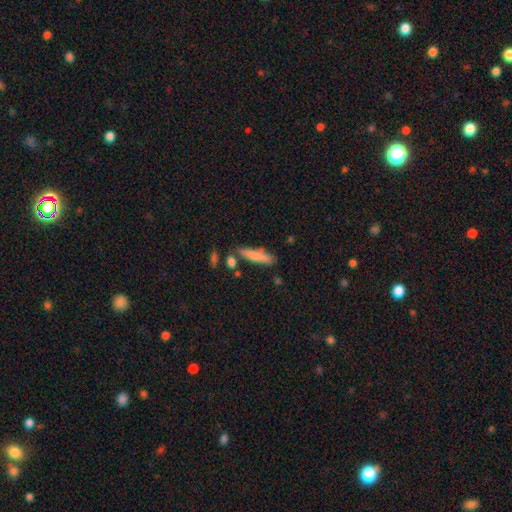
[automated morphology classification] Overall: smooth (77%). How rounded: cigar-shaped (80%). Merging: none (74%).